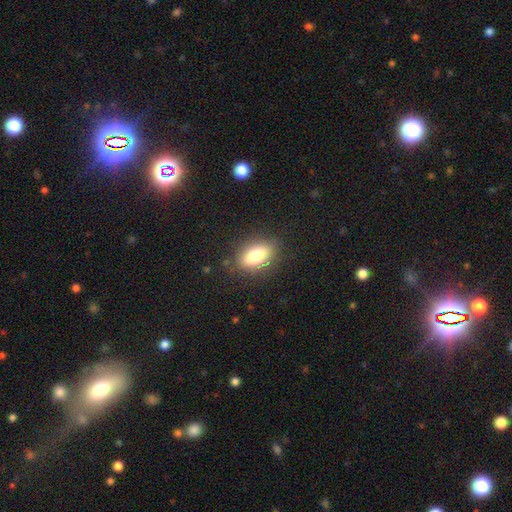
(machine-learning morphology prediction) smooth_or_featured: smooth (p=0.74) [alt: featured or disk p=0.17]
how_rounded: in between (p=0.84) [alt: round p=0.11]
merging: none (p=0.83) [alt: minor disturbance p=0.12]